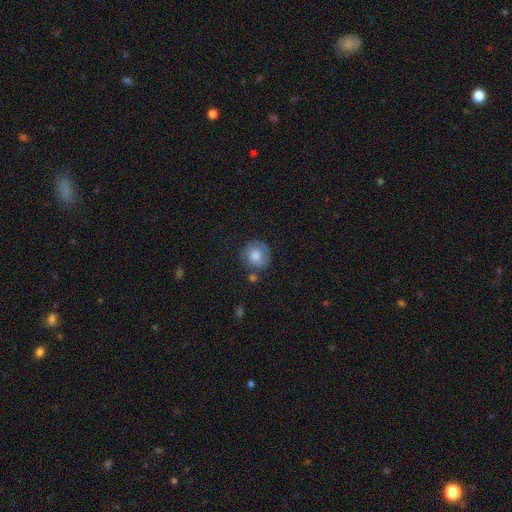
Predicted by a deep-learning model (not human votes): This appears to be a smooth galaxy with no disk features (71%) that is round (88%). Merging: none (70%).